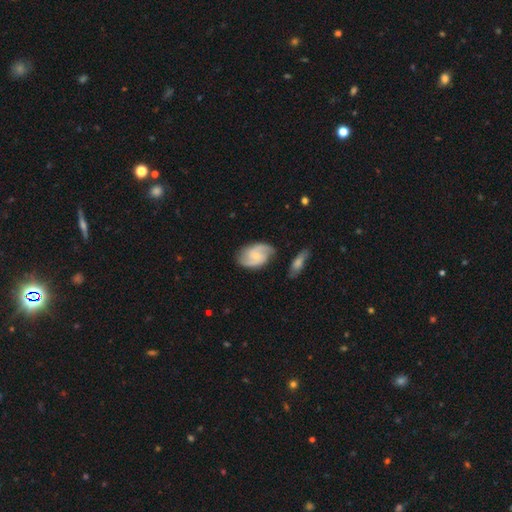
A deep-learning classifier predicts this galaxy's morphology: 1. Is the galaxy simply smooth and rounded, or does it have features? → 77% featured or disk, 18% smooth, 5% star or artifact.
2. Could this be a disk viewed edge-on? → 97% no, 3% yes.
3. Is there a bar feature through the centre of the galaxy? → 54% no, 39% weak, 7% strong.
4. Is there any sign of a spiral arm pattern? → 95% yes, 5% no.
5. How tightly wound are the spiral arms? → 51% medium, 26% tight, 23% loose.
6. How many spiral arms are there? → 88% 2, 5% can't tell, 3% 3, 2% 1, 1% 4, 1% more than 4.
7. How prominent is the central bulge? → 65% small, 26% moderate, 7% none, 1% large, 1% dominant.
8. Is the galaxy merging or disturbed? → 75% none, 16% minor disturbance, 5% merger, 4% major disturbance.